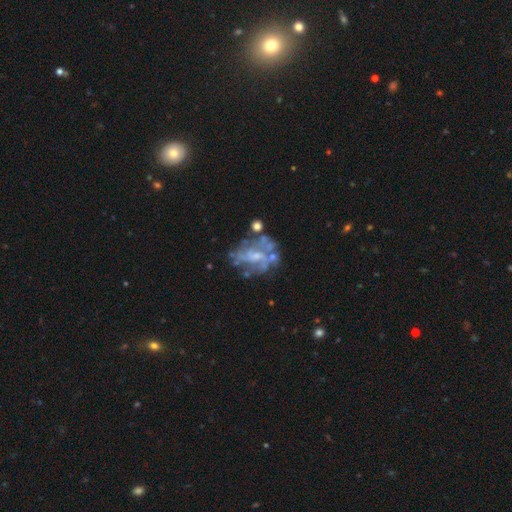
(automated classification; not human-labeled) A featured or disk galaxy (77%) with no bar (53%), spiral arms (61%) and a small central bulge (48%).

Vote fractions:
- Smooth or featured? featured or disk: 77% / smooth: 14% / star or artifact: 9%
- Edge-on disk? no: 98% / yes: 2%
- Bar? no: 53% / weak: 38% / strong: 9%
- Spiral arms? yes: 61% / no: 39%
- Bulge size? small: 48% / moderate: 32% / none: 16% / large: 2% / dominant: 1%
- Merging? none: 52% / minor disturbance: 20% / major disturbance: 18% / merger: 9%